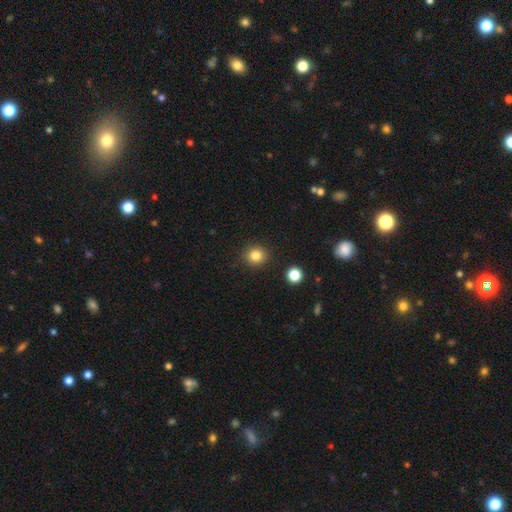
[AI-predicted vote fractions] Overall: smooth (83%). How rounded: round (87%). Merging: none (90%).